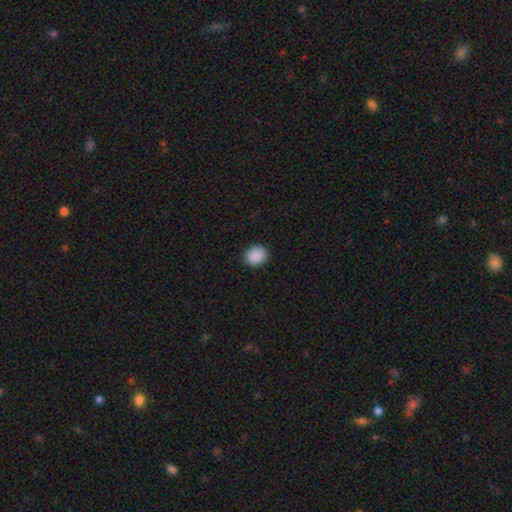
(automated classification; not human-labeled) smooth 90%, star or artifact 8%, featured or disk 2%. Down the decision tree: how rounded — round (66%); merging — none (90%).